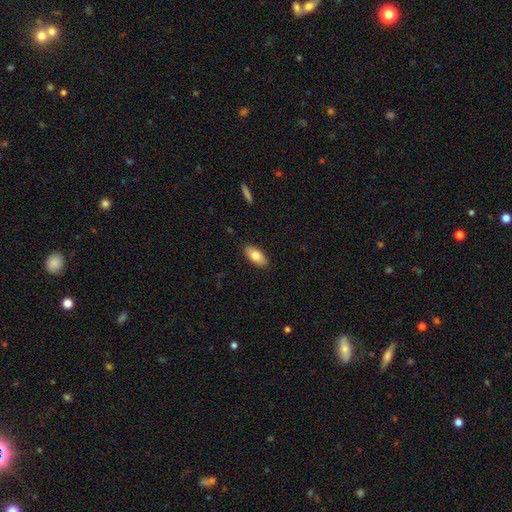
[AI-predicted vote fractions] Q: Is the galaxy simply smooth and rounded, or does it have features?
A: smooth — 77%.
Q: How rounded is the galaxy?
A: in between — 91%.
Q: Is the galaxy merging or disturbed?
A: none — 89%.